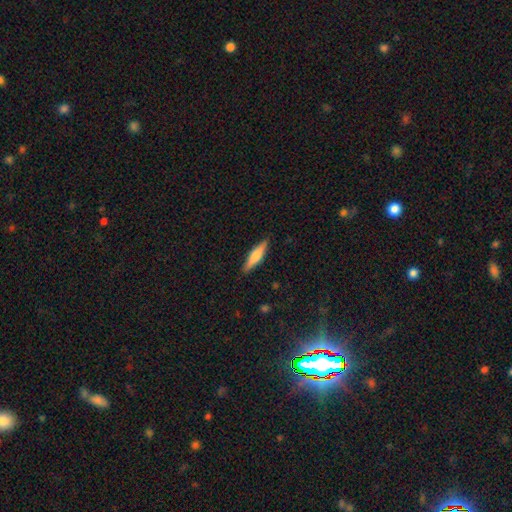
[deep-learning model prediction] A smooth galaxy with no disk features (58%) that is cigar-shaped (80%). Merging: none (89%).